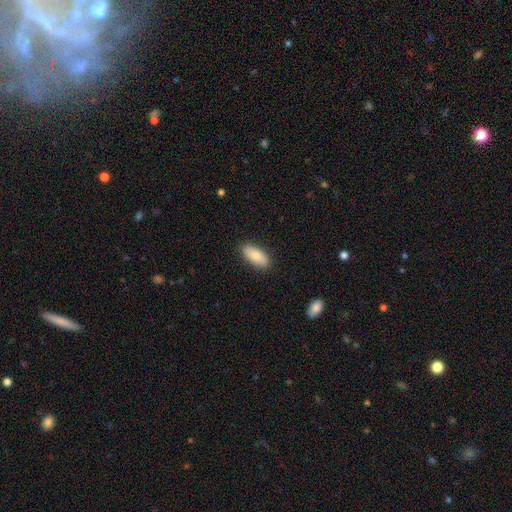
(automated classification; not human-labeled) Smooth or featured?
  - smooth: 81% *
  - featured or disk: 13%
  - star or artifact: 6%
How rounded?
  - in between: 86% *
  - cigar-shaped: 12%
  - round: 2%
Merging?
  - none: 89% *
  - minor disturbance: 9%
  - major disturbance: 2%
  - merger: 1%